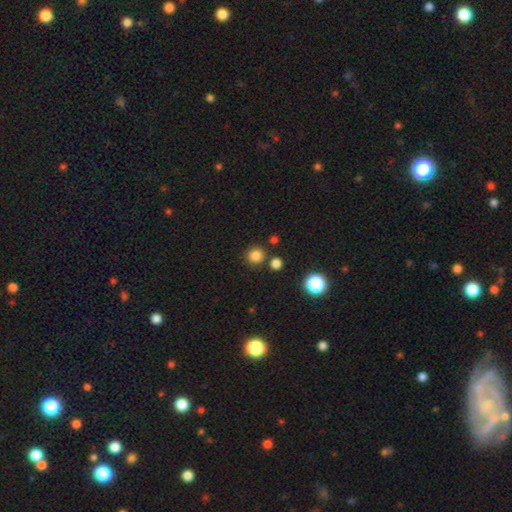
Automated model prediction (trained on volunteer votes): This appears to be a smooth galaxy with no disk features (81%) that is round (93%). Merging: none (83%).